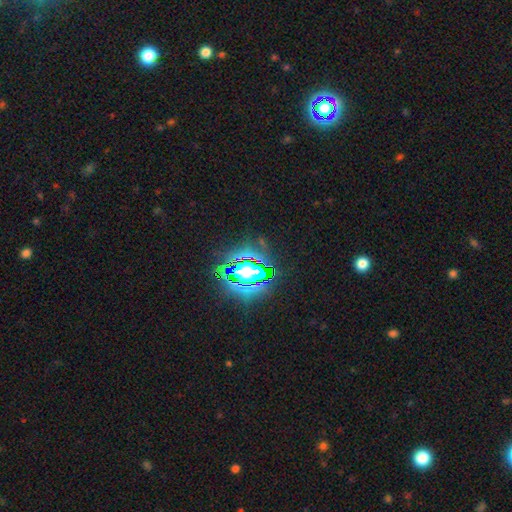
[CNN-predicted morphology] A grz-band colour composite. It shows a star or artifact, not a galaxy (84%).